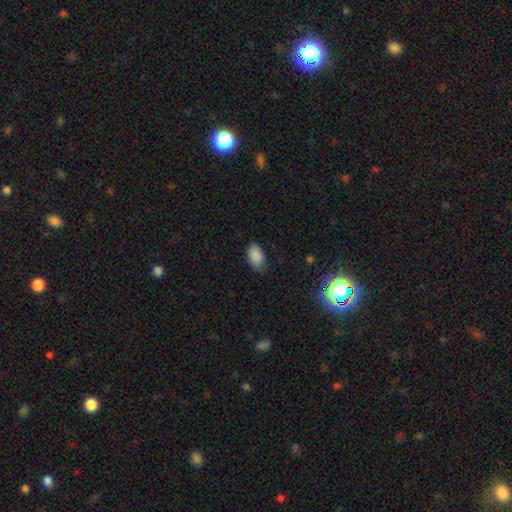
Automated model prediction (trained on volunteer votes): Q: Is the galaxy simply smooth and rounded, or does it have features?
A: smooth — 87%.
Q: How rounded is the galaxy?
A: in between — 92%.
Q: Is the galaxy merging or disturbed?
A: none — 72%.